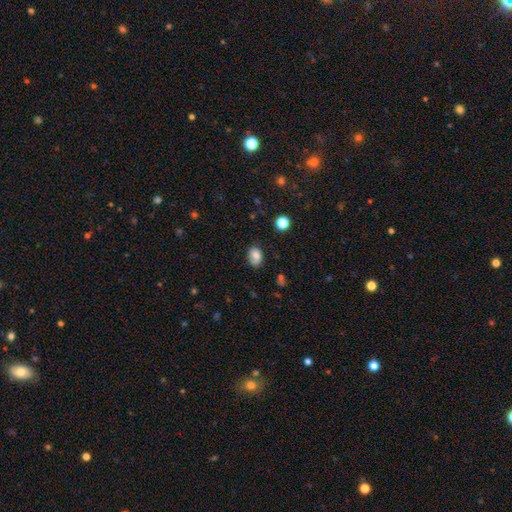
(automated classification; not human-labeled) A smooth galaxy with no disk features (79%) that is in between round and cigar-shaped (79%).

Vote fractions:
- Smooth or featured? smooth: 79% / featured or disk: 12% / star or artifact: 10%
- How rounded? in between: 79% / round: 20% / cigar-shaped: 1%
- Merging? none: 73% / minor disturbance: 20% / major disturbance: 4% / merger: 2%